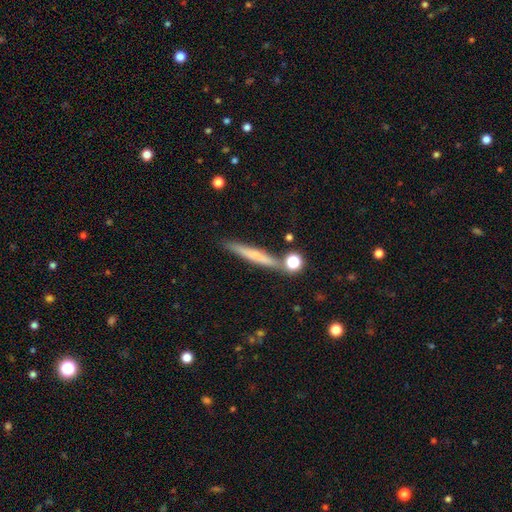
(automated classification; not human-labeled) A smooth galaxy with no disk features (57%) that is cigar-shaped (94%).

Vote fractions:
- Smooth or featured? smooth: 57% / featured or disk: 35% / star or artifact: 8%
- How rounded? cigar-shaped: 94% / in between: 4% / round: 2%
- Merging? none: 78% / minor disturbance: 11% / merger: 8% / major disturbance: 3%